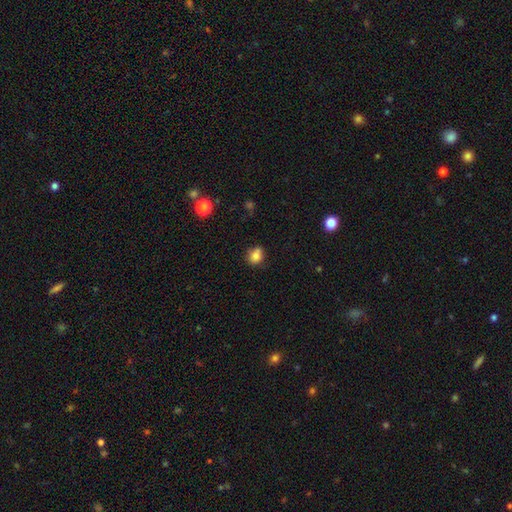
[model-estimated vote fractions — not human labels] Smooth or featured?
  - smooth: 78% *
  - star or artifact: 12%
  - featured or disk: 10%
How rounded?
  - round: 68% *
  - in between: 31%
  - cigar-shaped: 1%
Merging?
  - none: 64% *
  - minor disturbance: 19%
  - merger: 13%
  - major disturbance: 4%